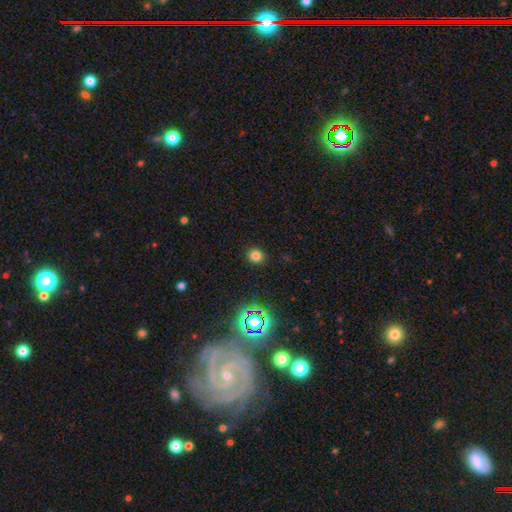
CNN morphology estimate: Smooth or featured?
  - smooth: 76% *
  - star or artifact: 19%
  - featured or disk: 5%
How rounded?
  - round: 85% *
  - in between: 14%
  - cigar-shaped: 1%
Merging?
  - none: 90% *
  - minor disturbance: 6%
  - major disturbance: 2%
  - merger: 1%